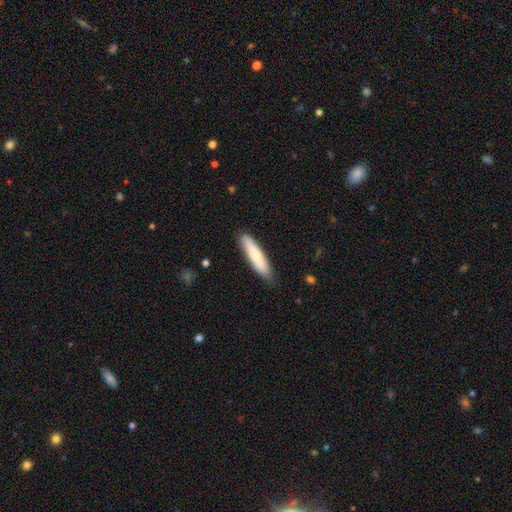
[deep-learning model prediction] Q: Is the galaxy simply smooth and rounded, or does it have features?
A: smooth — 73%.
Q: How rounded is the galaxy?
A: cigar-shaped — 81%.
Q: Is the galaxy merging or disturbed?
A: none — 86%.